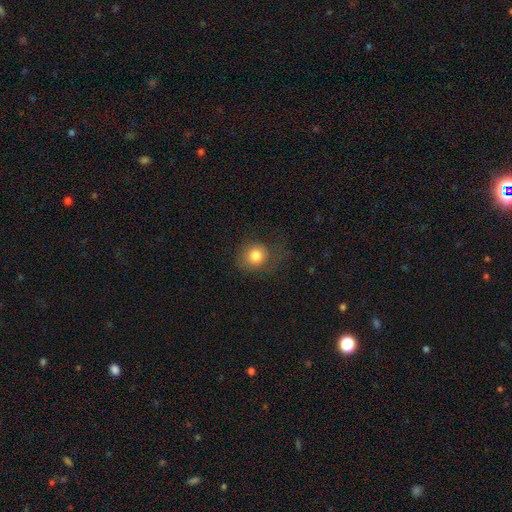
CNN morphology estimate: Smooth or featured?
  - smooth: 82% *
  - star or artifact: 10%
  - featured or disk: 9%
How rounded?
  - round: 79% *
  - in between: 20%
  - cigar-shaped: 1%
Merging?
  - none: 58% *
  - minor disturbance: 24%
  - major disturbance: 17%
  - merger: 1%